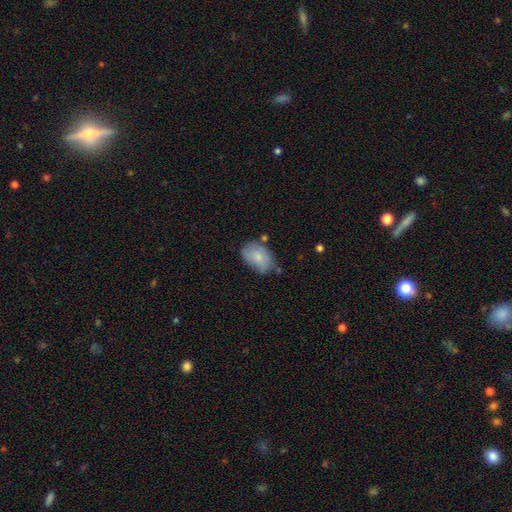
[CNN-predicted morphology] This appears to be a smooth galaxy with no disk features (75%) that is in between round and cigar-shaped (84%). Merging: none (61%).